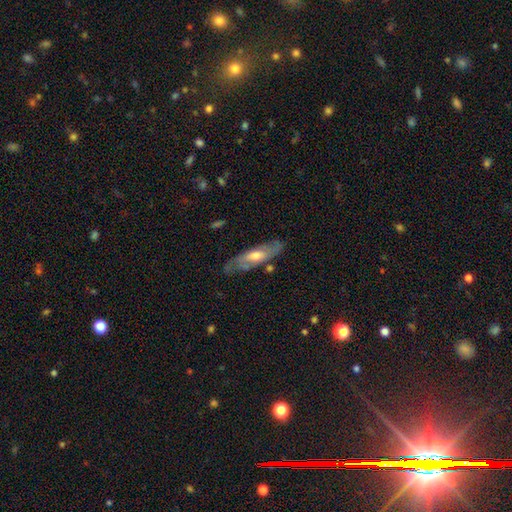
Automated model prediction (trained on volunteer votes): Overall: featured or disk (63%; smooth 32%). Edge-on disk: no (67%; yes 33%). Merging: none (69%).